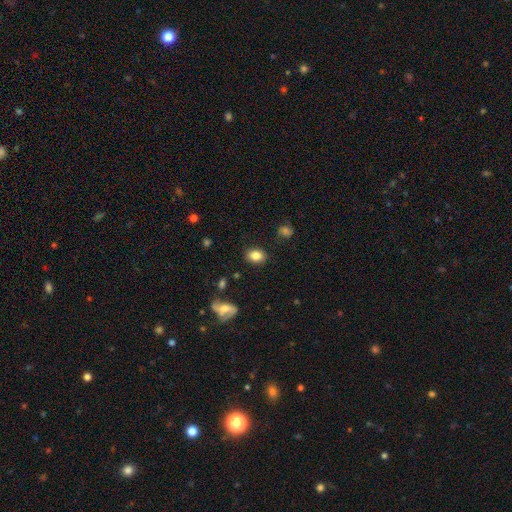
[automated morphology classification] Q: Smooth or featured?
A: smooth (82%); runner-up: featured or disk (9%)
Q: How rounded?
A: in between (71%); runner-up: round (27%)
Q: Merging?
A: none (84%); runner-up: minor disturbance (11%)